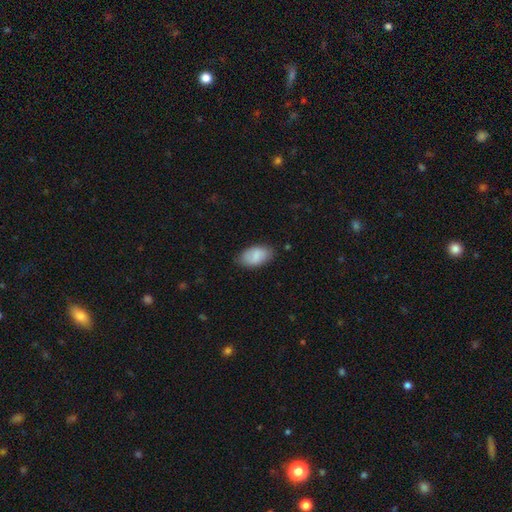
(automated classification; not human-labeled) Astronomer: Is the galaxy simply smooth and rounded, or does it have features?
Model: smooth — 83%.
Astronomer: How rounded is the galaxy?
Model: in between — 94%.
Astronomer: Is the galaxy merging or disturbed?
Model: none — 81%.